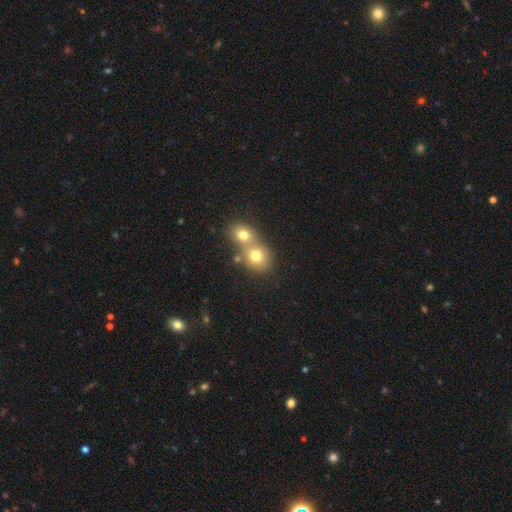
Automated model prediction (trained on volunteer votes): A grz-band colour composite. It shows a smooth galaxy with no disk features (74%) that is round (70%). Merging: merger (63%).